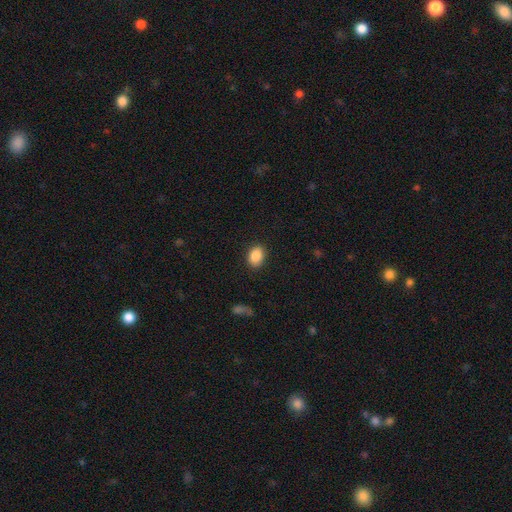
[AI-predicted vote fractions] smooth 89%, star or artifact 8%, featured or disk 4%. Down the decision tree: how rounded — in between (76%); merging — none (87%).